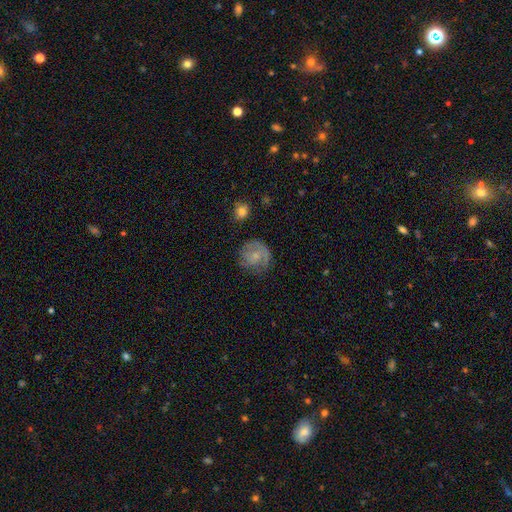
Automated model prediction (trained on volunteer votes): smooth_or_featured: featured or disk (p=0.53) [alt: smooth p=0.39]
disk_edge_on: no (p=0.98) [alt: yes p=0.02]
bar: no (p=0.75) [alt: weak p=0.22]
has_spiral_arms: yes (p=0.81) [alt: no p=0.19]
bulge_size: small (p=0.57) [alt: moderate p=0.25]
merging: none (p=0.67) [alt: minor disturbance p=0.21]